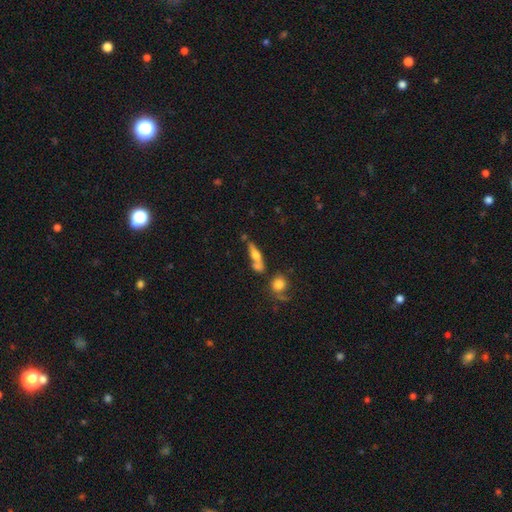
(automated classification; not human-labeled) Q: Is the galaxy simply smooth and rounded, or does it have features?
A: smooth — 48%.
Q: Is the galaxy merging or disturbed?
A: none — 50%.